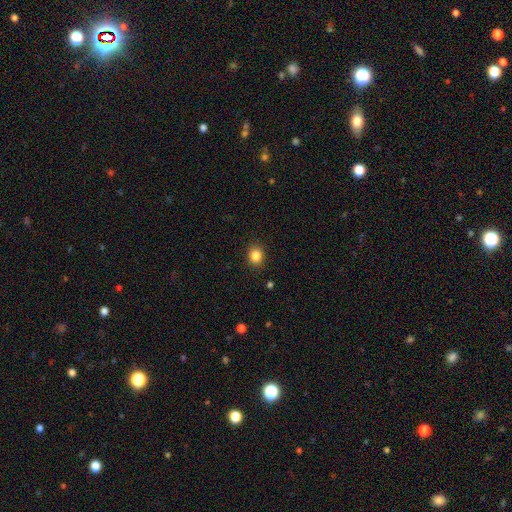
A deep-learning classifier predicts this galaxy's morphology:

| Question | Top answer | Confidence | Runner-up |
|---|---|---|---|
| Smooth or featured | smooth | 85% | star or artifact (11%) |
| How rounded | round | 65% | in between (34%) |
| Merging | none | 90% | minor disturbance (7%) |